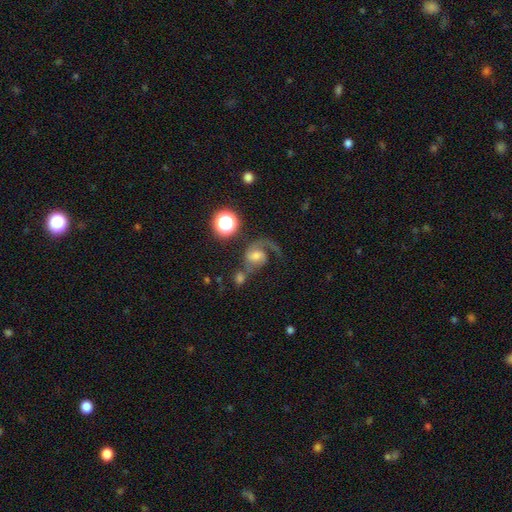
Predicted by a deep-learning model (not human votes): Smooth or featured?
  - featured or disk: 69% *
  - smooth: 20%
  - star or artifact: 11%
Edge-on disk?
  - no: 98% *
  - yes: 2%
Bar?
  - no: 54% *
  - weak: 37%
  - strong: 9%
Spiral arms?
  - yes: 92% *
  - no: 8%
Spiral winding?
  - loose: 42% * (tied)
  - medium: 42% * (tied)
  - tight: 16%
Spiral arm count?
  - 1: 56% *
  - 2: 37%
  - can't tell: 4%
  - 3: 1%
  - 4: 1%
  - more than 4: 1%
Bulge size?
  - moderate: 46% *
  - small: 28%
  - large: 15%
  - none: 8%
  - dominant: 3%
Merging?
  - none: 36% *
  - major disturbance: 33%
  - merger: 16%
  - minor disturbance: 15%